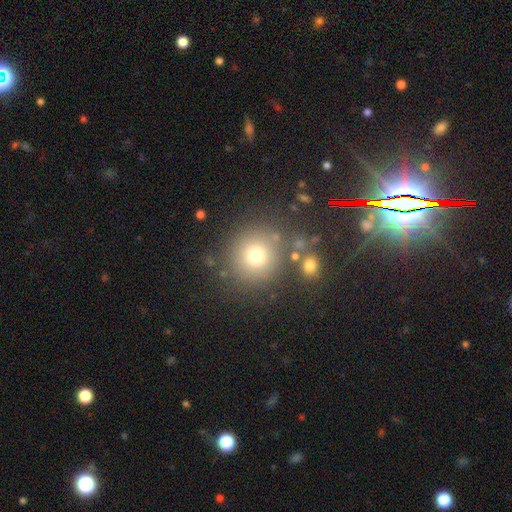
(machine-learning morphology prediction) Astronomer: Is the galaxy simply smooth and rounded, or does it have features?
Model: smooth — 72%.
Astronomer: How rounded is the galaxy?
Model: round — 90%.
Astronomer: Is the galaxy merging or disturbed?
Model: none — 80%.